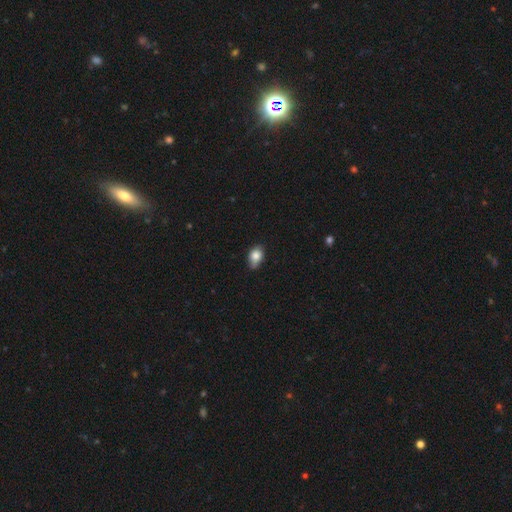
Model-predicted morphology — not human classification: smooth 80%, featured or disk 12%, star or artifact 8%. Down the decision tree: how rounded — in between (77%); merging — none (62%).